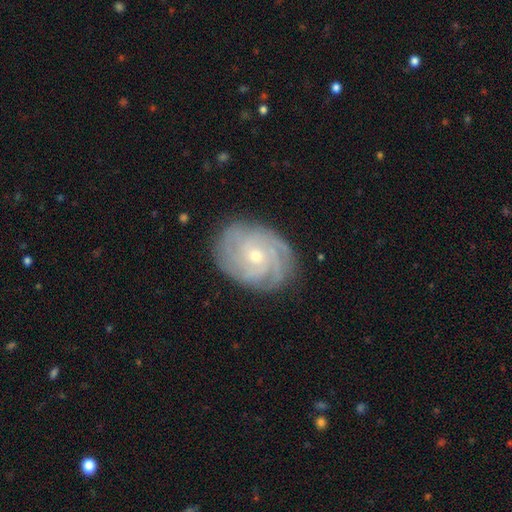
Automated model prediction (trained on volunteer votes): The model was most divided on "spiral arm count": 4: 28%, can't tell: 26%, 3: 17%, more than 4: 13%, 2: 9%, 1: 7%. More confident: edge-on disk — no (97%); spiral arms — yes (97%); smooth or featured — featured or disk (85%); merging — none (82%); spiral winding — tight (76%); bar — no (74%); bulge size — small (57%).